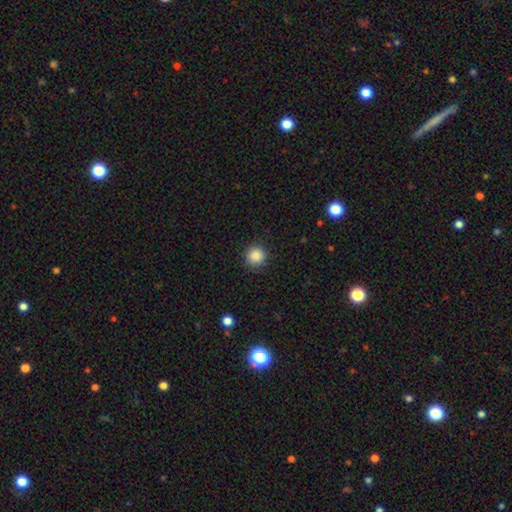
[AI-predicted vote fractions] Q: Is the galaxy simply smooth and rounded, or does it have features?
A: smooth — 88%.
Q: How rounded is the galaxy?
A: round — 94%.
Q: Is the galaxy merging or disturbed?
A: none — 91%.